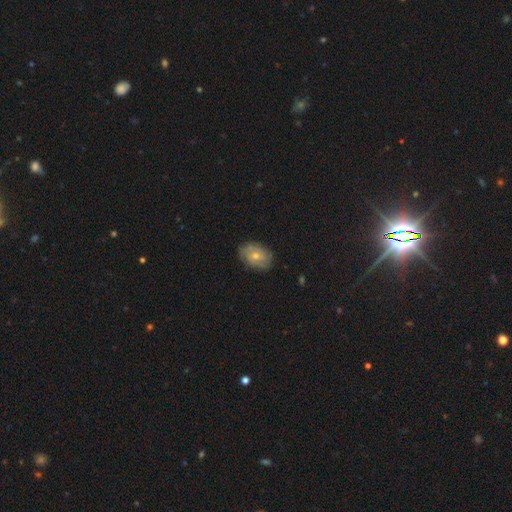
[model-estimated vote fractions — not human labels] A featured or disk galaxy (51%).

Vote fractions:
- Smooth or featured? featured or disk: 51% / smooth: 42% / star or artifact: 7%
- Edge-on disk? no: 95% / yes: 5%
- Merging? none: 78% / minor disturbance: 17% / major disturbance: 4% / merger: 1%